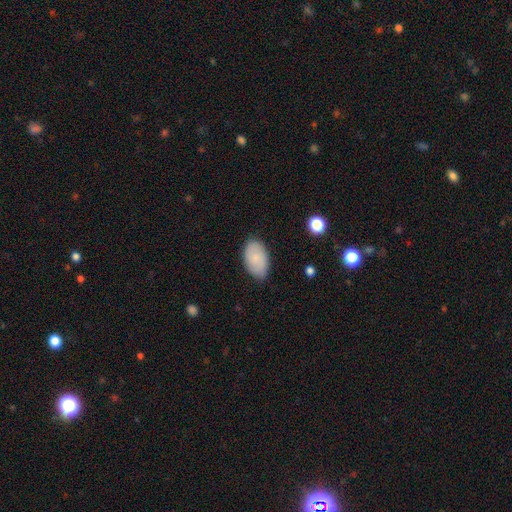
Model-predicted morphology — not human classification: smooth-or-featured: smooth: 81% | featured or disk: 12% | star or artifact: 6%
  how-rounded: in between: 94% | round: 5% | cigar-shaped: 1%
  merging: none: 78% | minor disturbance: 17% | major disturbance: 3% | merger: 1%